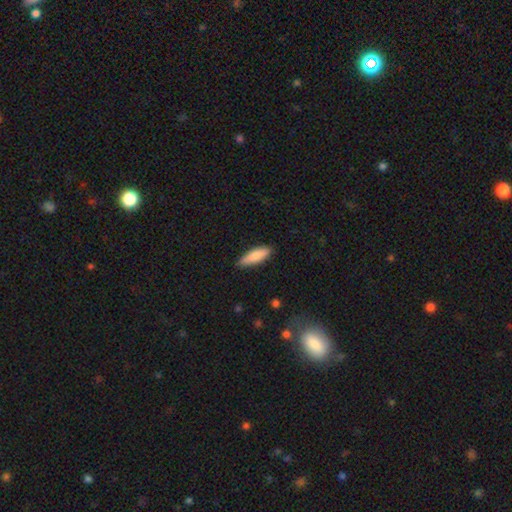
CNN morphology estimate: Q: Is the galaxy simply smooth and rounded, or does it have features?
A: smooth — 84%.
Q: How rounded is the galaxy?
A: cigar-shaped — 55%.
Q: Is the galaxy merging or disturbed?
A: none — 84%.